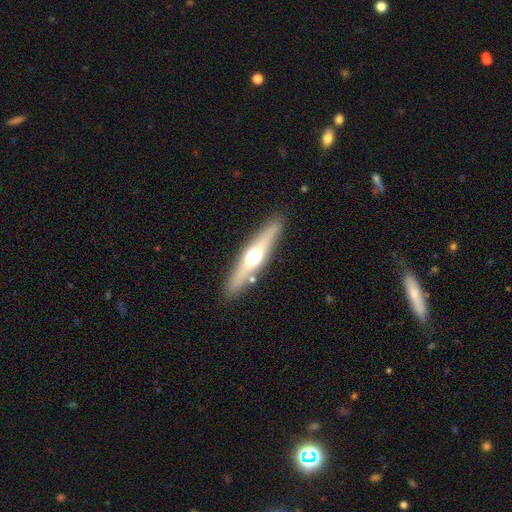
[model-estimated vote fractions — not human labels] Smooth or featured? Predicted: featured or disk (p=0.67). Edge-on disk? Predicted: yes (p=0.93). Edge-on bulge? Predicted: rounded (p=0.93). Merging? Predicted: none (p=0.89).